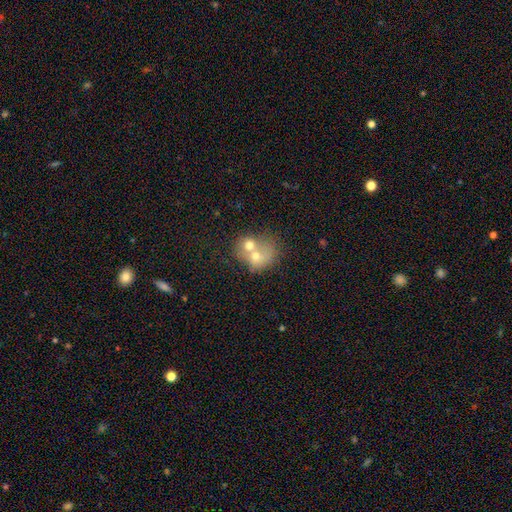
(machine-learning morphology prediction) This is possibly a smooth galaxy (58%). How rounded: likely round (61%). Merging: likely merger (73%).